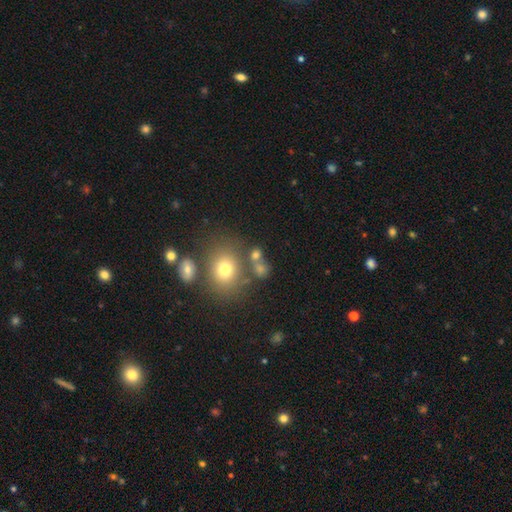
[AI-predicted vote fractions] Smooth or featured?
  - smooth: 71% *
  - star or artifact: 17%
  - featured or disk: 12%
How rounded?
  - round: 56% *
  - in between: 42%
  - cigar-shaped: 2%
Merging?
  - none: 55% *
  - merger: 25%
  - minor disturbance: 12%
  - major disturbance: 8%